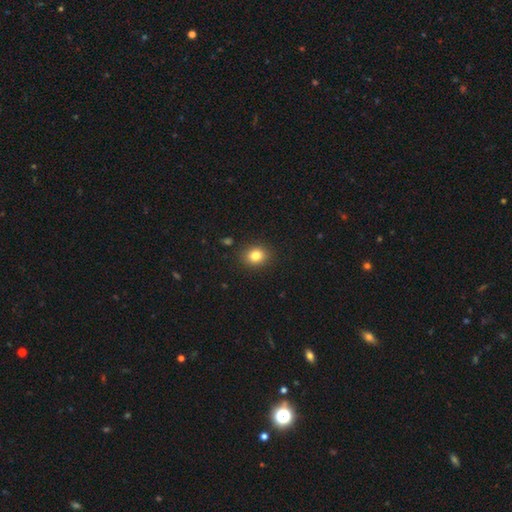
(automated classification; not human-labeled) A smooth galaxy with no disk features (82%) that is round (65%). Merging: none (89%).